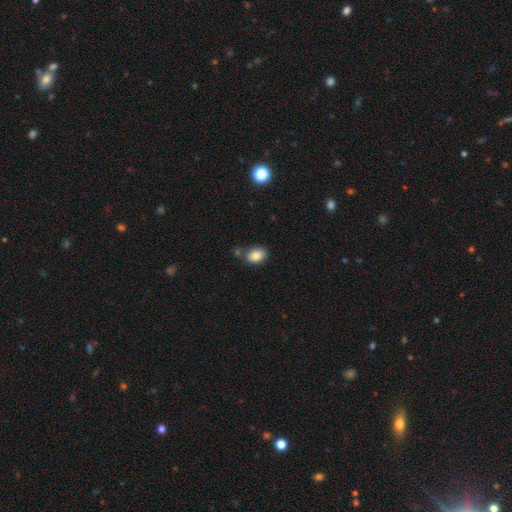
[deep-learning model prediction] Overall: smooth (84%). How rounded: in between (74%). Merging: none (65%).